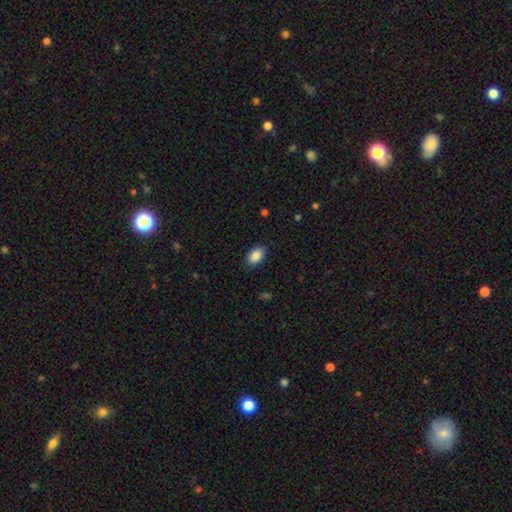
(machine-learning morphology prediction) Overall: smooth (89%). How rounded: in between (92%). Merging: none (88%).